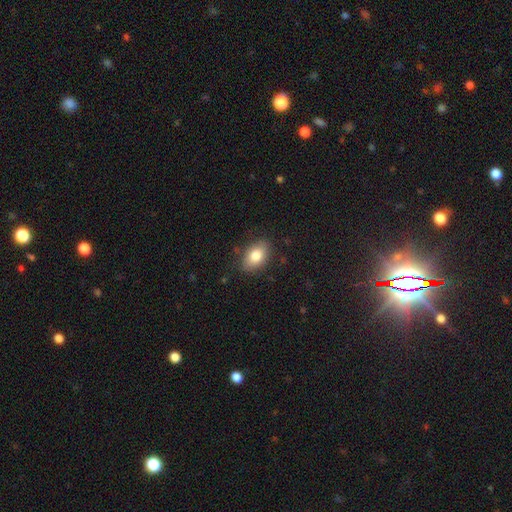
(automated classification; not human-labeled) Smooth or featured: smooth — 80% (featured or disk — 12%)
How rounded: in between — 87% (round — 11%)
Merging: none — 81% (minor disturbance — 14%)